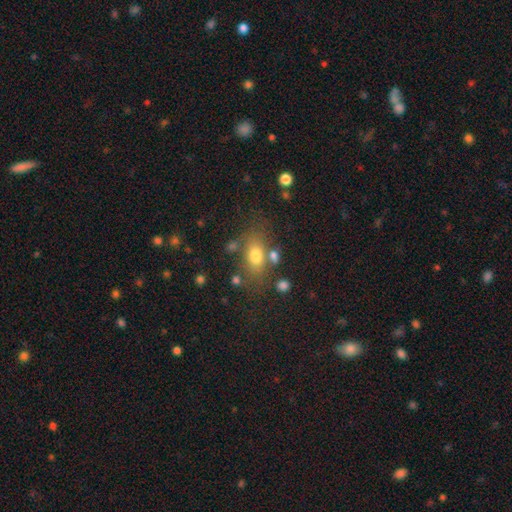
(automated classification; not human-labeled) Smooth or featured? smooth (72%)
How rounded? in between (77%)
Merging? none (66%)